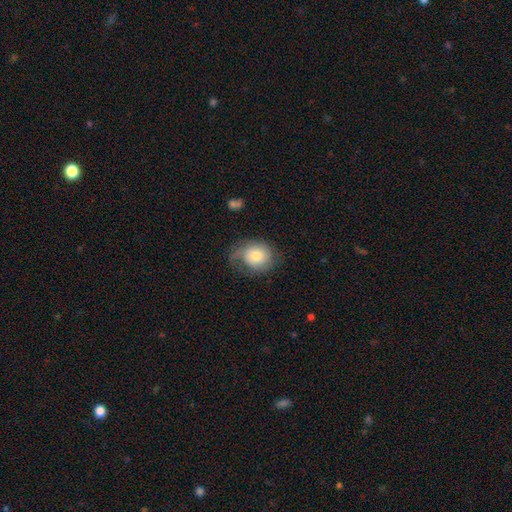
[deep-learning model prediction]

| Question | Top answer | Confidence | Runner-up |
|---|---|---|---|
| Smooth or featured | smooth | 58% | featured or disk (34%) |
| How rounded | round | 63% | in between (36%) |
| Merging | none | 43% | minor disturbance (30%) |